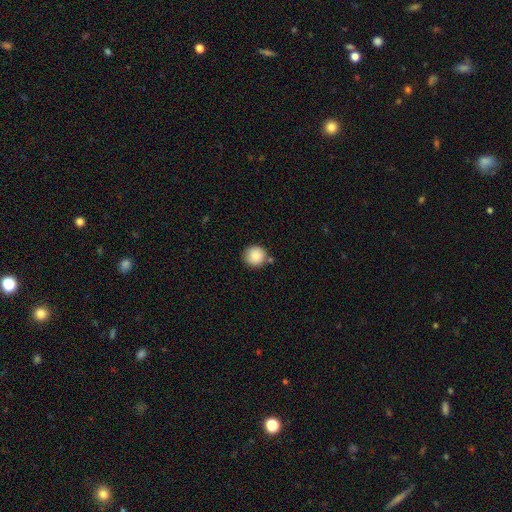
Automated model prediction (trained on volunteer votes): smooth_or_featured: smooth (p=0.88) [alt: star or artifact p=0.08]
how_rounded: round (p=0.93) [alt: in between p=0.06]
merging: none (p=0.78) [alt: minor disturbance p=0.12]